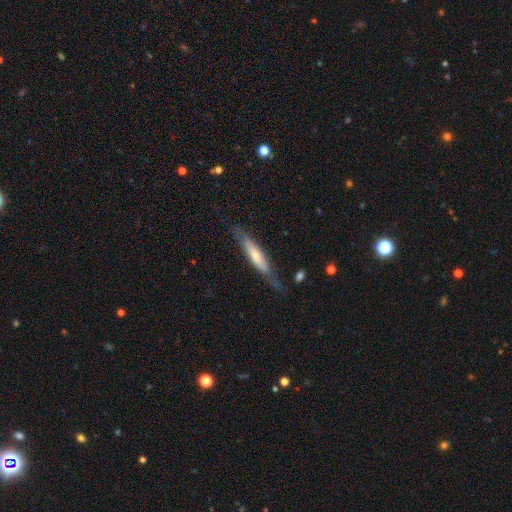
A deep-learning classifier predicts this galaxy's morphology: Smooth or featured: smooth — 48% (featured or disk — 46%)
Merging: none — 67% (minor disturbance — 21%)